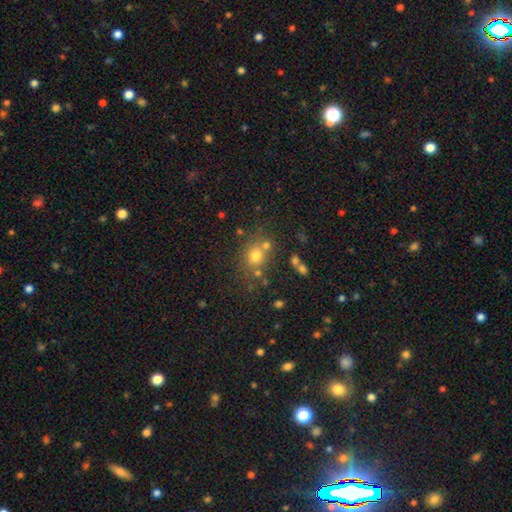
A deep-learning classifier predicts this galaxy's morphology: smooth_or_featured: smooth (p=0.70) [alt: star or artifact p=0.18]
how_rounded: round (p=0.72) [alt: in between p=0.27]
merging: none (p=0.63) [alt: merger p=0.20]